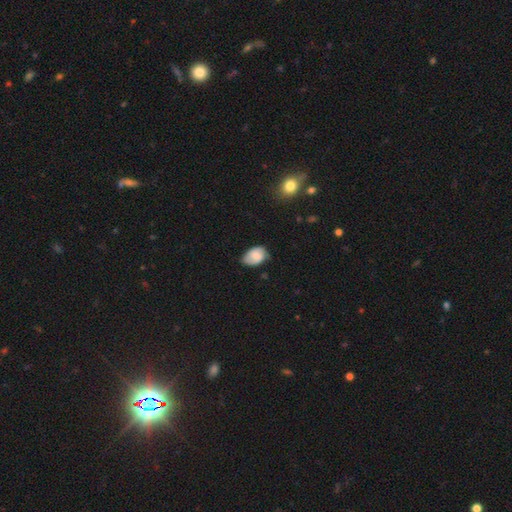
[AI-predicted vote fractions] This appears to be a smooth galaxy with no disk features (72%) that is in between round and cigar-shaped (83%). Merging: none (56%).